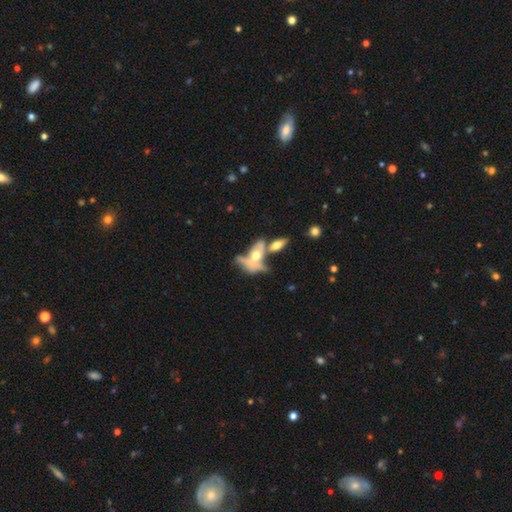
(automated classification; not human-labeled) Q: Smooth or featured?
A: featured or disk (47%); runner-up: smooth (44%)
Q: Merging?
A: merger (54%); runner-up: none (19%)